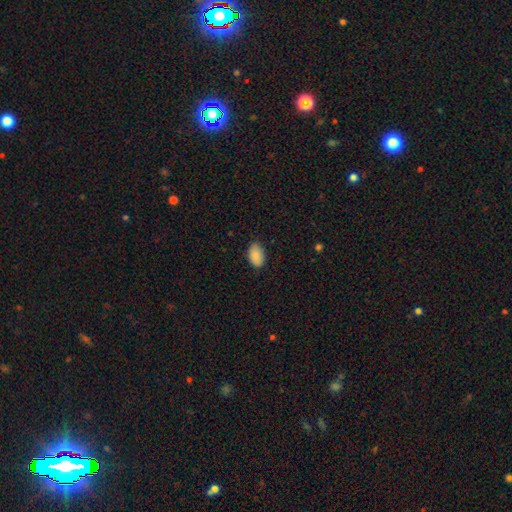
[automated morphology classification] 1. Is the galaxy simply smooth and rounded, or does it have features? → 89% smooth, 7% star or artifact, 4% featured or disk.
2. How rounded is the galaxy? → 90% in between, 8% round, 1% cigar-shaped.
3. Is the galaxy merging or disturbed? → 83% none, 14% minor disturbance, 2% major disturbance, 1% merger.